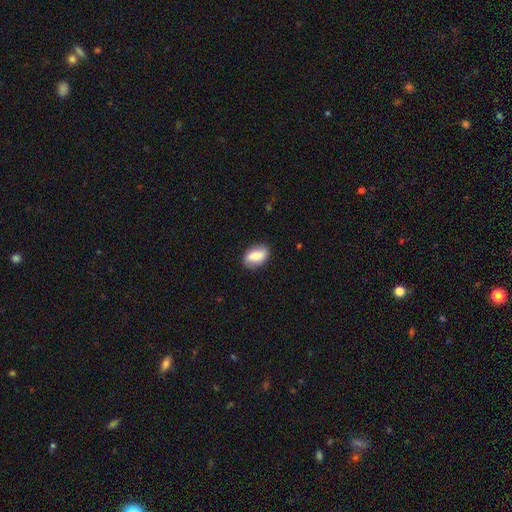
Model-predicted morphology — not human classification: type=smooth (65%); roundness=in between (86%); merging=none (83%).